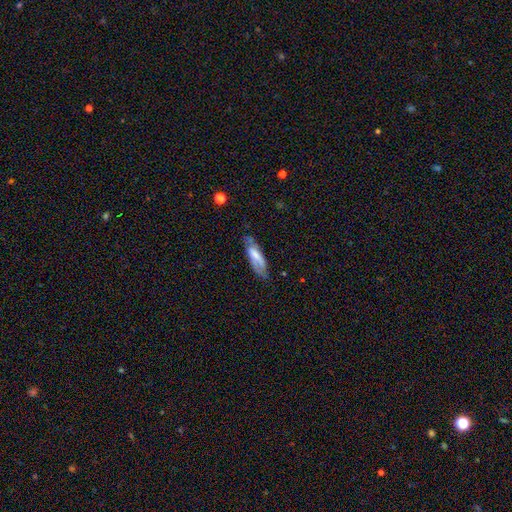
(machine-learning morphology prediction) A smooth galaxy with no disk features (48%).

Vote fractions:
- Smooth or featured? smooth: 48% / featured or disk: 45% / star or artifact: 7%
- Merging? none: 59% / minor disturbance: 28% / major disturbance: 11% / merger: 3%